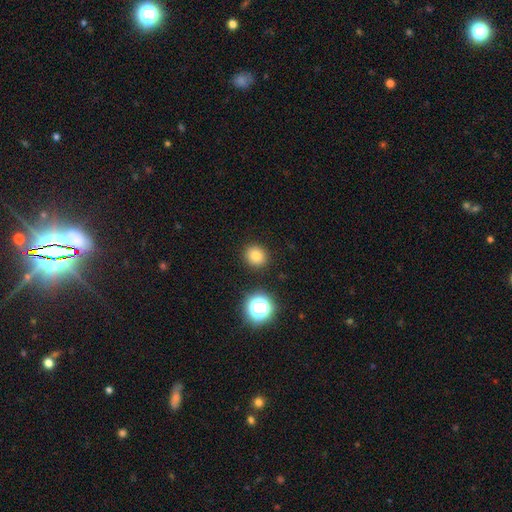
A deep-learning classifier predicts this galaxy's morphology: smooth_or_featured: smooth (p=0.78) [alt: star or artifact p=0.15]
how_rounded: round (p=0.82) [alt: in between p=0.17]
merging: none (p=0.89) [alt: minor disturbance p=0.06]